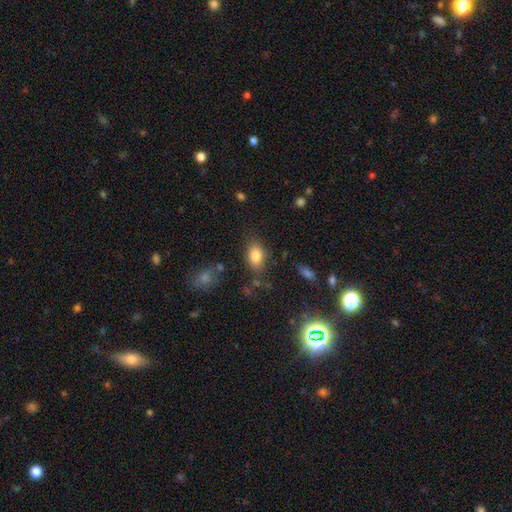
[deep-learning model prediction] Smooth or featured?
  - smooth: 82% *
  - star or artifact: 9%
  - featured or disk: 9%
How rounded?
  - in between: 85% *
  - round: 14%
  - cigar-shaped: 2%
Merging?
  - none: 78% *
  - minor disturbance: 14%
  - major disturbance: 4%
  - merger: 4%